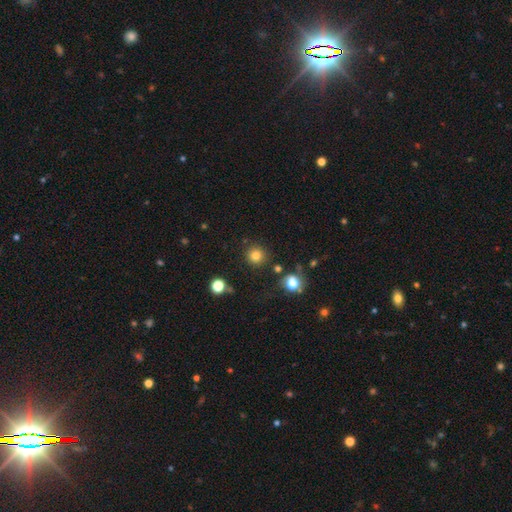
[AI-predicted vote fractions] This is clearly a smooth galaxy (81%). How rounded: clearly round (94%). Merging: clearly none (87%).